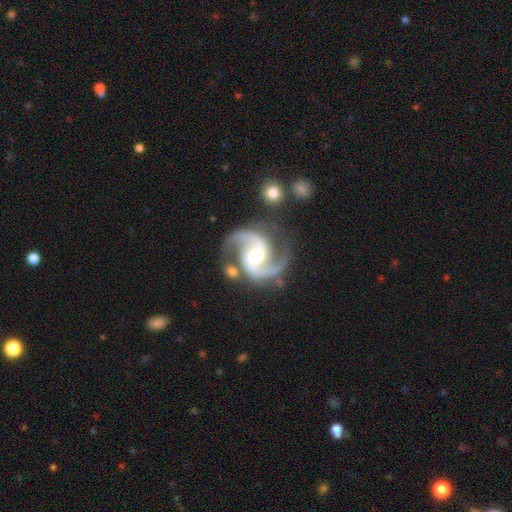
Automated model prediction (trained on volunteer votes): This appears to be a featured or disk galaxy (93%) with no bar (47%), 2 (94%) medium (68%) spiral arms (99%) and a moderate central bulge (73%). Merging: none (75%).